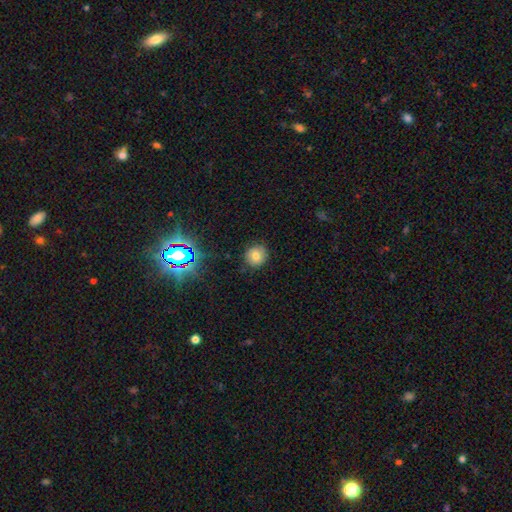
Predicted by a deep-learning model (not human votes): Smooth or featured? Predicted: smooth (p=0.72). How rounded? Predicted: round (p=0.91). Merging? Predicted: none (p=0.85).